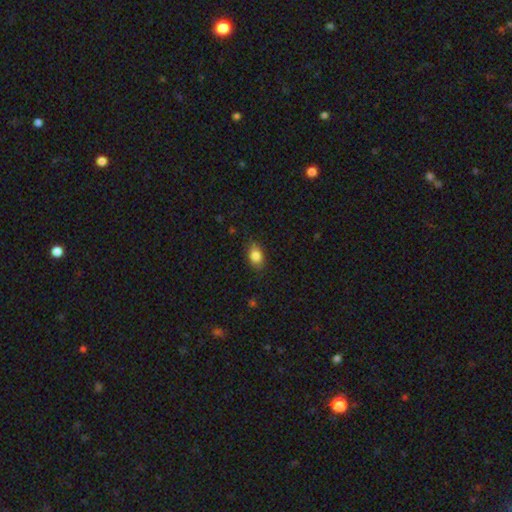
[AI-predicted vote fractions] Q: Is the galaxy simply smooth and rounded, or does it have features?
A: smooth — 85%.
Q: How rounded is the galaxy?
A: in between — 78%.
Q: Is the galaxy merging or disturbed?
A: none — 83%.